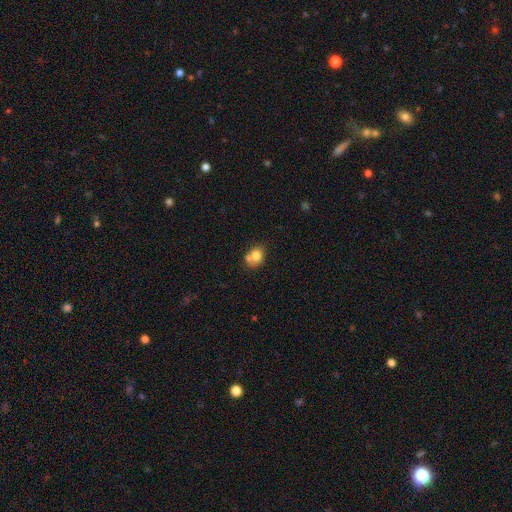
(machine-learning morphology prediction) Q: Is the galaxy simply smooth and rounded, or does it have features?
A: smooth — 75%.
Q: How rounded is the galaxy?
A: round — 56%.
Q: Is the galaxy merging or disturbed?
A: none — 41%.